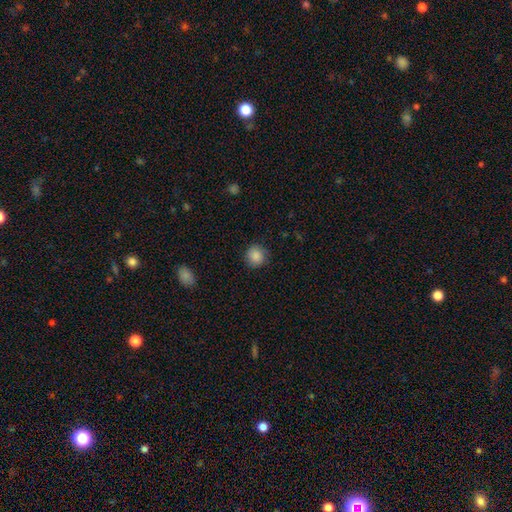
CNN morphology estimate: smooth 86%, star or artifact 8%, featured or disk 6%. Down the decision tree: how rounded — round (91%); merging — none (85%).